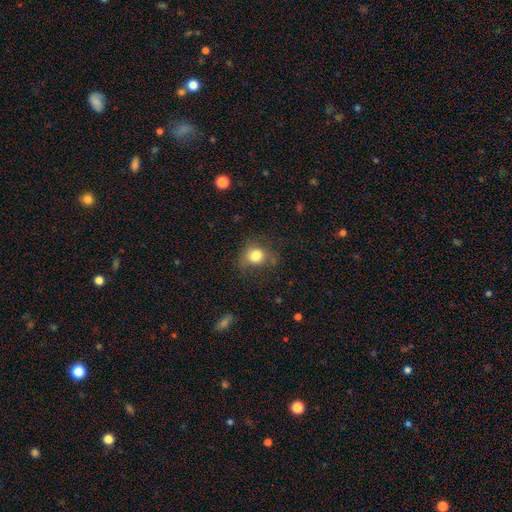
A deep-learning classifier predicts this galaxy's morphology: Smooth or featured? Predicted: smooth (p=0.79). How rounded? Predicted: round (p=0.62). Merging? Predicted: none (p=0.54).